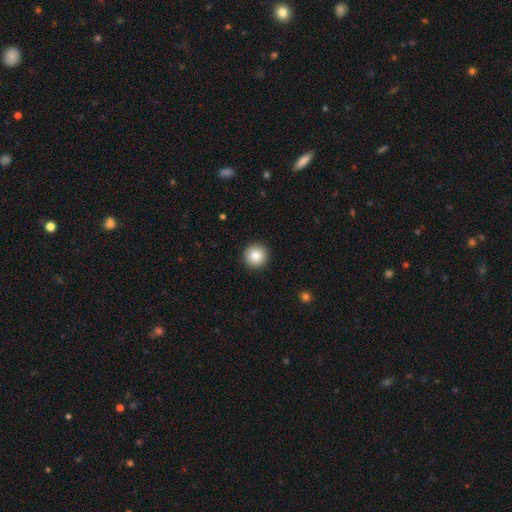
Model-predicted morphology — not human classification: This appears to be a smooth galaxy with no disk features (83%) that is round (96%). Merging: none (93%).